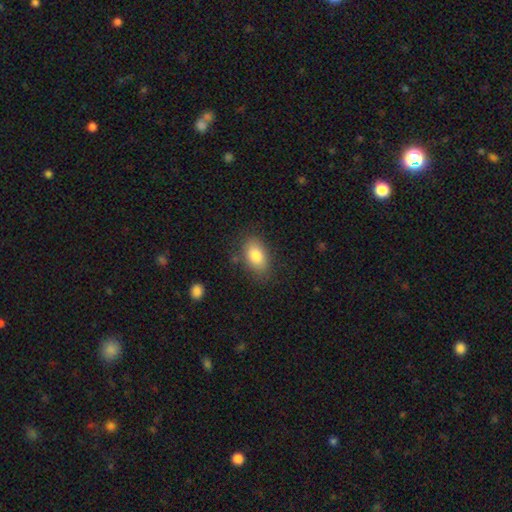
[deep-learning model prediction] smooth_or_featured: smooth (p=0.83) [alt: featured or disk p=0.10]
how_rounded: in between (p=0.90) [alt: round p=0.08]
merging: none (p=0.80) [alt: minor disturbance p=0.14]